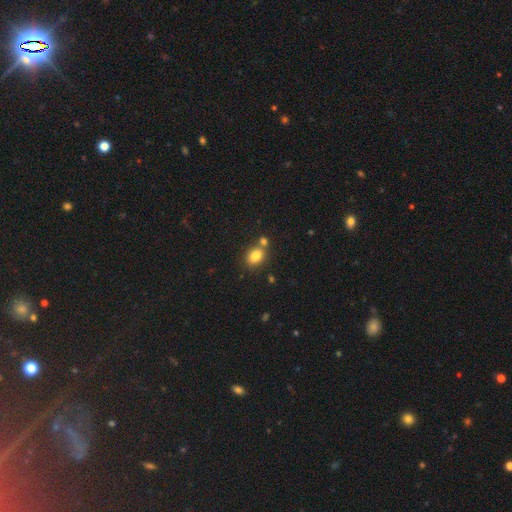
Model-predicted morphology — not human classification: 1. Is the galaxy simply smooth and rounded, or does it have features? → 82% smooth, 10% star or artifact, 7% featured or disk.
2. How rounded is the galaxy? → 66% in between, 32% round, 1% cigar-shaped.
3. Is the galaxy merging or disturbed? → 62% none, 23% merger, 11% minor disturbance, 3% major disturbance.